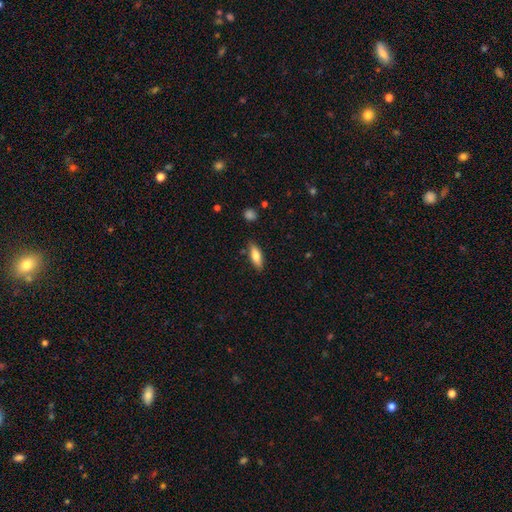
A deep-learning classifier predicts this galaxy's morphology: This is likely a smooth galaxy (75%). How rounded: likely in between (66%). Merging: clearly none (82%).